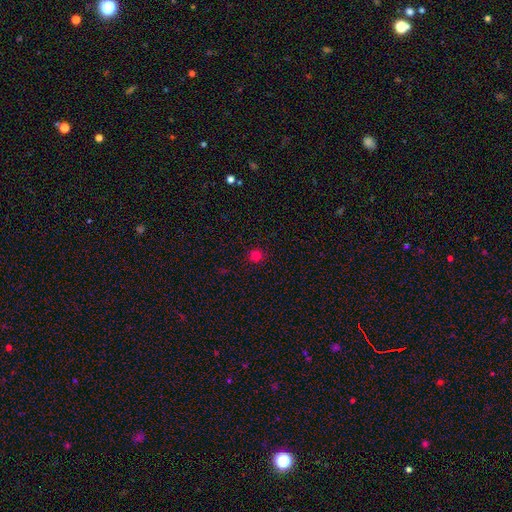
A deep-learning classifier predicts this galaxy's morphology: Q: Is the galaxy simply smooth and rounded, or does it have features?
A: smooth — 78%.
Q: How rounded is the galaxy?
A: round — 92%.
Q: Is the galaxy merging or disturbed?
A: none — 91%.